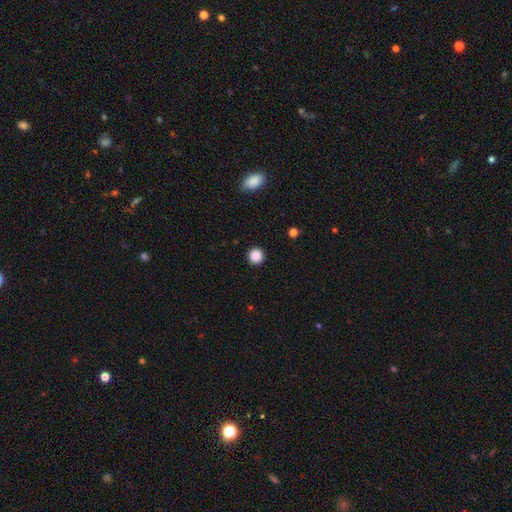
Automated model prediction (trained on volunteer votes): Smooth or featured? Predicted: smooth (p=0.86). How rounded? Predicted: round (p=0.95). Merging? Predicted: none (p=0.93).